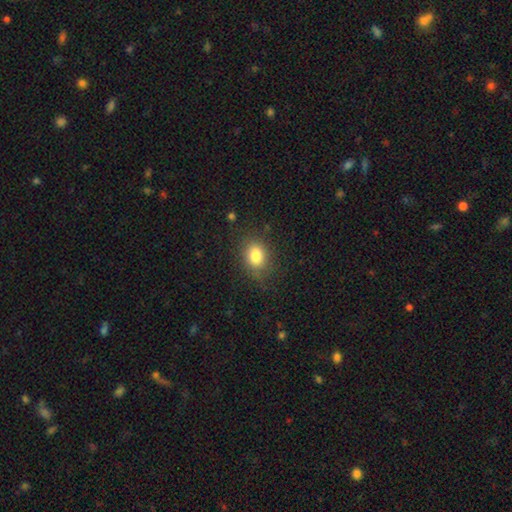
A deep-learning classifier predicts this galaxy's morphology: Smooth or featured?
  - smooth: 82% *
  - star or artifact: 10%
  - featured or disk: 8%
How rounded?
  - in between: 62% *
  - round: 37%
  - cigar-shaped: 1%
Merging?
  - none: 78% *
  - minor disturbance: 15%
  - major disturbance: 5%
  - merger: 1%